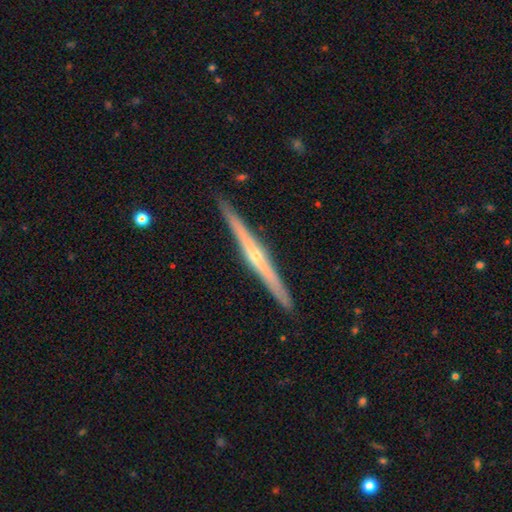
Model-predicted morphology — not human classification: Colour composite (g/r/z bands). It shows a featured or disk galaxy (79%) viewed edge-on (98%) with a rounded central bulge (76%). Merging: none (92%).